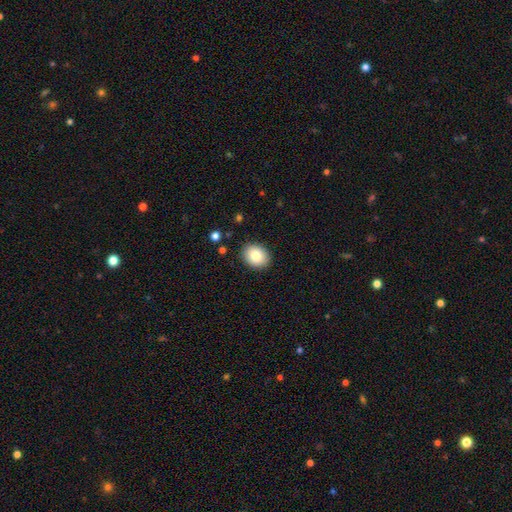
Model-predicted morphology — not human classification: Smooth or featured?
  - smooth: 83% *
  - featured or disk: 9%
  - star or artifact: 8%
How rounded?
  - in between: 54% *
  - round: 45%
  - cigar-shaped: 1%
Merging?
  - none: 89% *
  - minor disturbance: 8%
  - major disturbance: 2%
  - merger: 1%